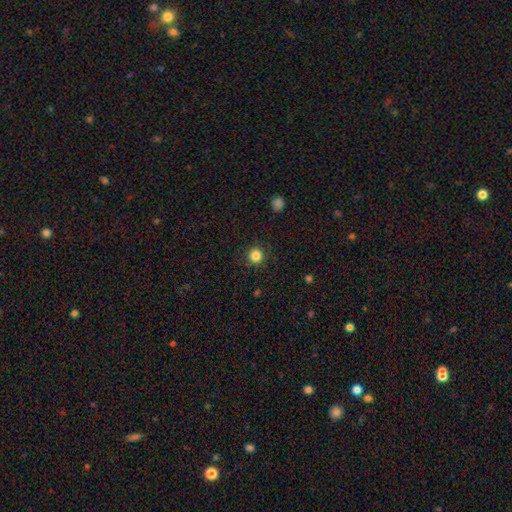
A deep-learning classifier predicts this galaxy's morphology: A smooth galaxy with no disk features (84%) that is round (95%).

Vote fractions:
- Smooth or featured? smooth: 84% / star or artifact: 12% / featured or disk: 4%
- How rounded? round: 95% / in between: 4% / cigar-shaped: 1%
- Merging? none: 91% / minor disturbance: 6% / major disturbance: 2% / merger: 1%